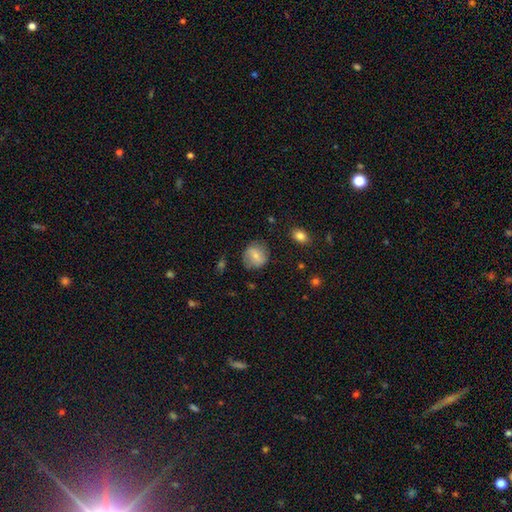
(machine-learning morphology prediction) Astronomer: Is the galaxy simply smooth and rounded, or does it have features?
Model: smooth — 66%.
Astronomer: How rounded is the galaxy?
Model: round — 80%.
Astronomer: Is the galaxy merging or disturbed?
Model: none — 79%.